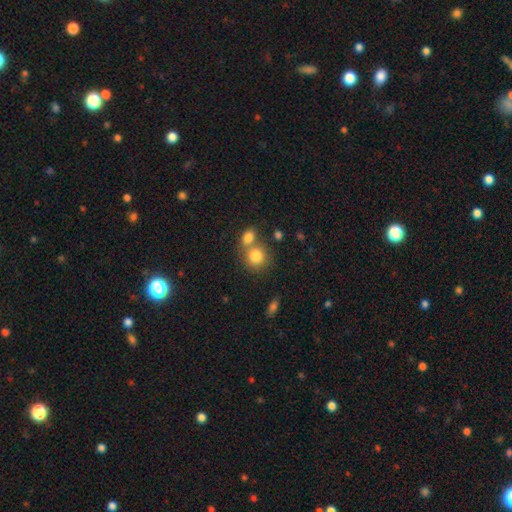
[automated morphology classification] Smooth or featured?
  - smooth: 82% *
  - star or artifact: 9%
  - featured or disk: 9%
How rounded?
  - round: 77% *
  - in between: 22%
  - cigar-shaped: 1%
Merging?
  - none: 44% *
  - merger: 43%
  - minor disturbance: 9%
  - major disturbance: 4%